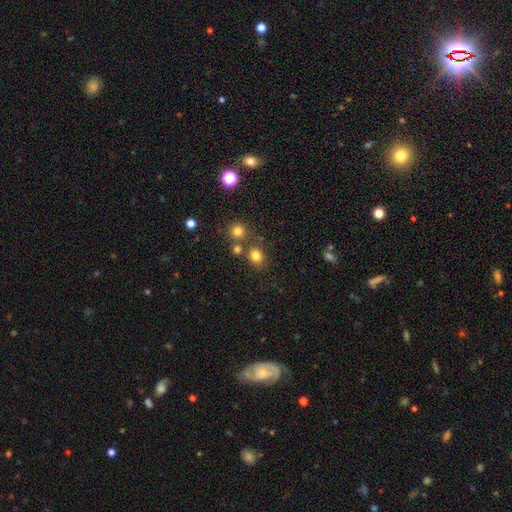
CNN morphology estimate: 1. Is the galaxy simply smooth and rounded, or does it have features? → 79% smooth, 15% star or artifact, 6% featured or disk.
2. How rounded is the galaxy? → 68% round, 31% in between, 1% cigar-shaped.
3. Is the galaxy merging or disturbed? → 69% none, 16% merger, 11% minor disturbance, 4% major disturbance.